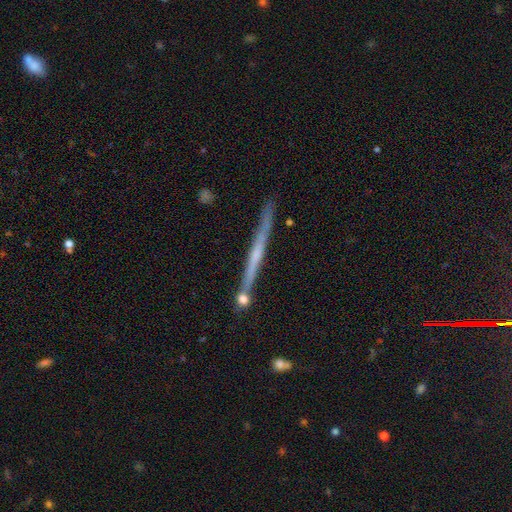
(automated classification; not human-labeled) smooth-or-featured: featured or disk: 66% | smooth: 27% | star or artifact: 7%
  disk-edge-on: yes: 97% | no: 3%
    edge-on-bulge: none: 67% | rounded: 25% | boxy: 8%
  merging: none: 82% | minor disturbance: 10% | merger: 6% | major disturbance: 2%